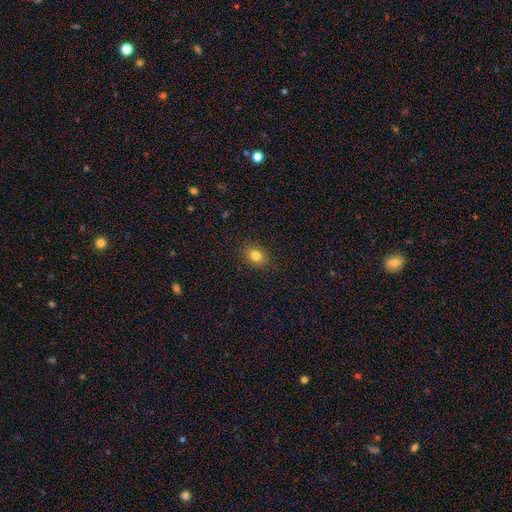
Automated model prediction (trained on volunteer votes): Smooth or featured? Predicted: smooth (p=0.82). How rounded? Predicted: in between (p=0.54). Merging? Predicted: none (p=0.88).